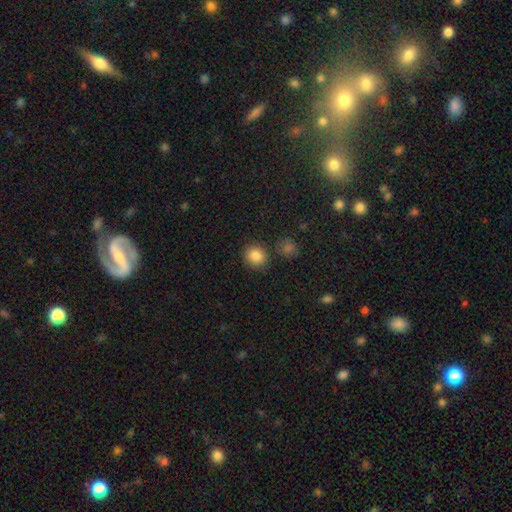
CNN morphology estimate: A smooth galaxy with no disk features (86%) that is round (85%). Merging: none (82%).